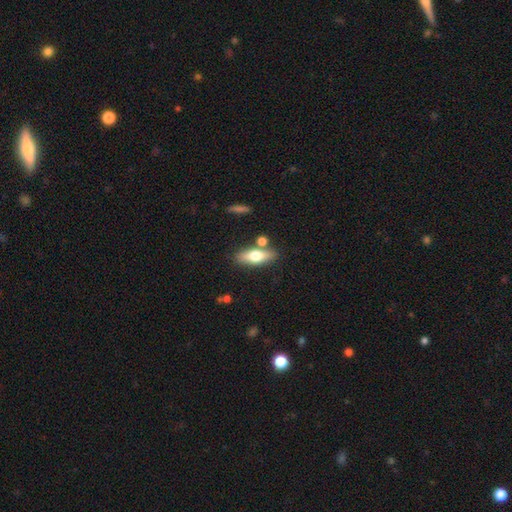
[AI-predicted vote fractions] smooth-or-featured: smooth: 59% | featured or disk: 34% | star or artifact: 7%
  how-rounded: in between: 60% | cigar-shaped: 36% | round: 4%
  merging: none: 76% | merger: 11% | minor disturbance: 11% | major disturbance: 3%